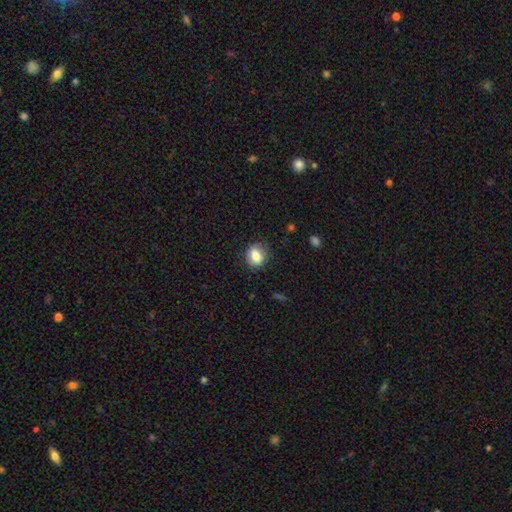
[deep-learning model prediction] Smooth or featured?
  - smooth: 84% *
  - star or artifact: 9%
  - featured or disk: 7%
How rounded?
  - round: 57% *
  - in between: 42%
  - cigar-shaped: 1%
Merging?
  - none: 80% *
  - minor disturbance: 14%
  - major disturbance: 4%
  - merger: 1%